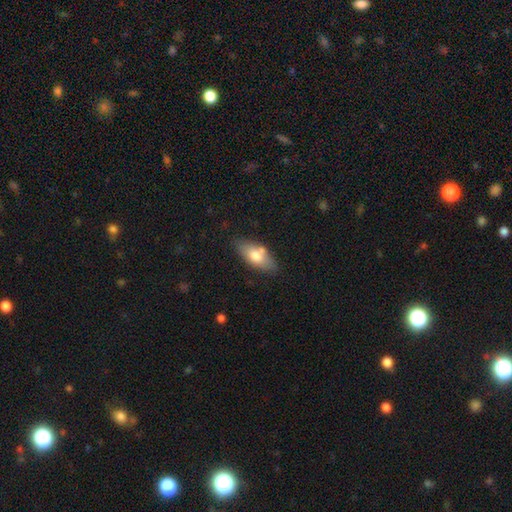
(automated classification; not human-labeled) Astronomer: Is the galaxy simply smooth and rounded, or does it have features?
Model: smooth — 73%.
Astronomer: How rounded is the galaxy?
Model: in between — 85%.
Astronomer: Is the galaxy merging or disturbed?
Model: none — 71%.